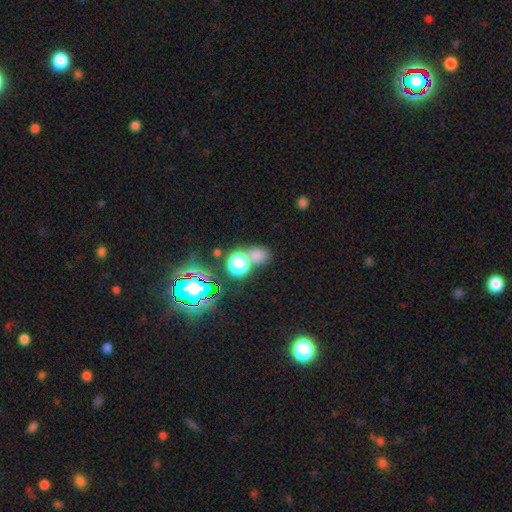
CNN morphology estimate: This is likely a smooth galaxy (63%). How rounded: possibly round (57%). Merging: possibly none (46%).